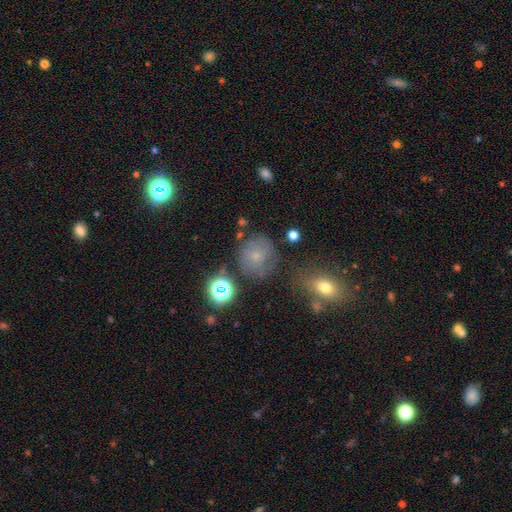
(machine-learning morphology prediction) smooth-or-featured: smooth: 57% | featured or disk: 23% | star or artifact: 20%
  how-rounded: round: 84% | in between: 15% | cigar-shaped: 1%
  merging: none: 65% | minor disturbance: 20% | major disturbance: 9% | merger: 5%